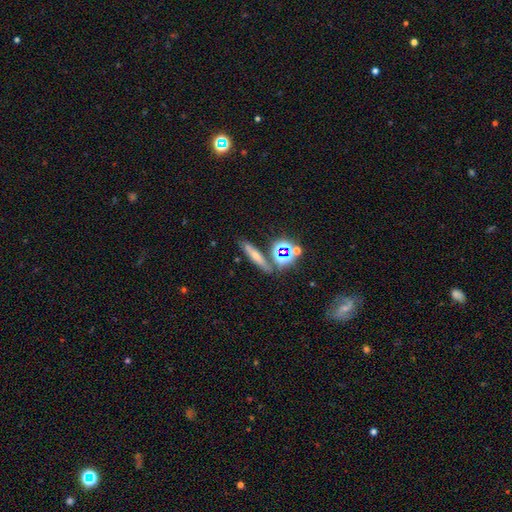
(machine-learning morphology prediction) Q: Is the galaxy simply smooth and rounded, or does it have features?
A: smooth — 50%.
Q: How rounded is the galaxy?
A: cigar-shaped — 69%.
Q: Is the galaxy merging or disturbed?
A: none — 76%.